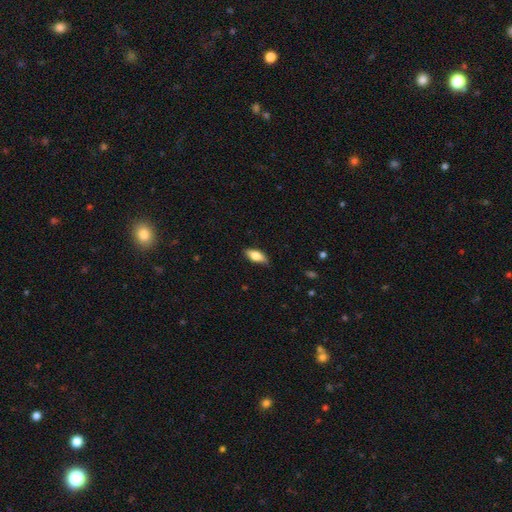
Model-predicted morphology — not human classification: Smooth or featured? smooth (71%)
How rounded? in between (79%)
Merging? none (79%)